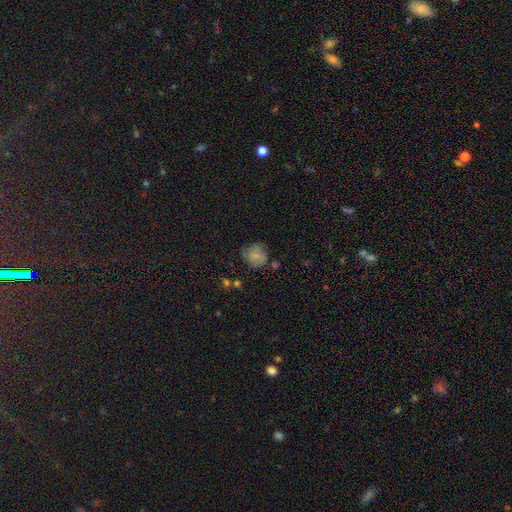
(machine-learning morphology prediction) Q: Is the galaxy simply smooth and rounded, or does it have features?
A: smooth — 72%.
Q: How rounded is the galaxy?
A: round — 77%.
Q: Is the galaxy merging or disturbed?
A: none — 59%.